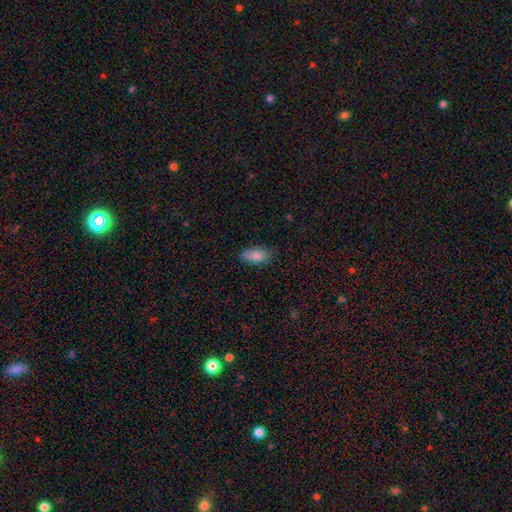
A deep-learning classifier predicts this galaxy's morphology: Smooth or featured? Predicted: smooth (p=0.84). How rounded? Predicted: in between (p=0.91). Merging? Predicted: none (p=0.75).